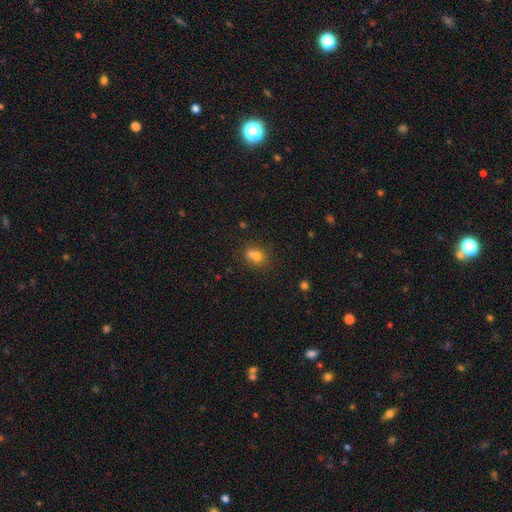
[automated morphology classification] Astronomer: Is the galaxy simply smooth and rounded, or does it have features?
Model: smooth — 74%.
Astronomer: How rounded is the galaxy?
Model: in between — 50% (runner-up: round, 48%).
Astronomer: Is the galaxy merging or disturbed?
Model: merger — 41%, tied with none at 41%.